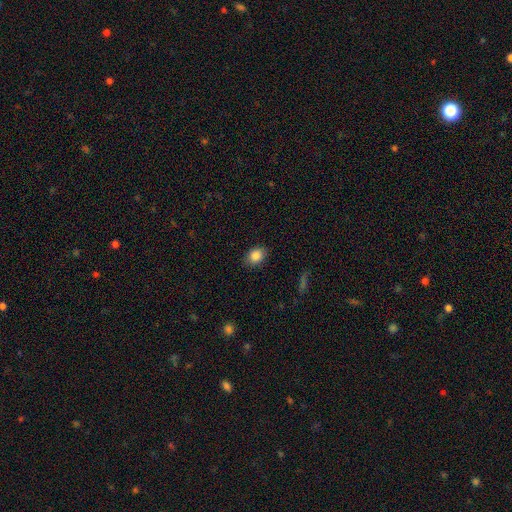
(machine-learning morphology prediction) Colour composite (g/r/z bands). It shows a smooth galaxy with no disk features (87%) that is in between round and cigar-shaped (62%). Merging: none (85%).